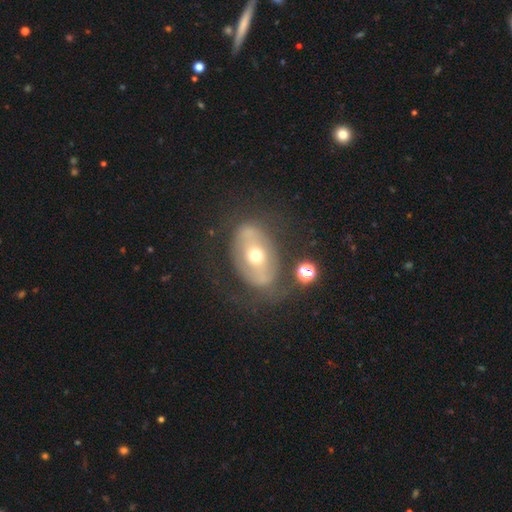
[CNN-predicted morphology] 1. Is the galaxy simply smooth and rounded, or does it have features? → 62% featured or disk, 30% smooth, 8% star or artifact.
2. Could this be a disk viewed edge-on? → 92% no, 8% yes.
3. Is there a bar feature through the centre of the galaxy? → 49% no, 27% strong, 24% weak.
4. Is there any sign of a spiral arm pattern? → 70% no, 30% yes.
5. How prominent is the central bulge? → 69% moderate, 24% small, 5% large, 1% dominant, 1% none.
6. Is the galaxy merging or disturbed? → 64% none, 17% minor disturbance, 13% major disturbance, 5% merger.